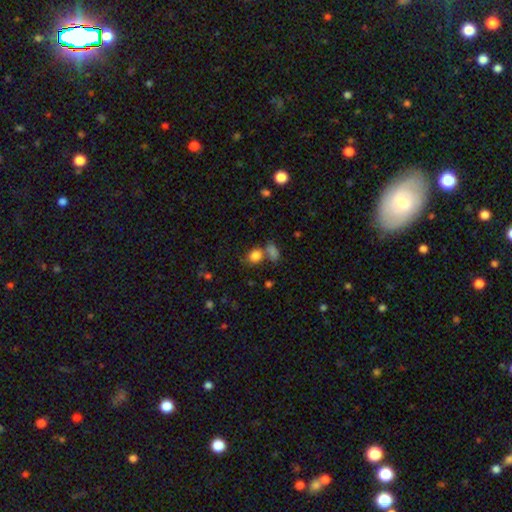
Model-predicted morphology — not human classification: Q: Smooth or featured?
A: smooth (81%); runner-up: star or artifact (12%)
Q: How rounded?
A: round (57%); runner-up: in between (41%)
Q: Merging?
A: none (49%); runner-up: merger (30%)